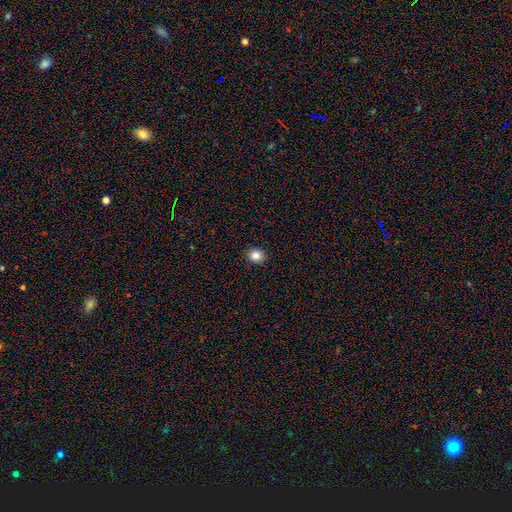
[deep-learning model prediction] smooth-or-featured: smooth: 84% | star or artifact: 11% | featured or disk: 5%
  how-rounded: round: 78% | in between: 21% | cigar-shaped: 1%
  merging: none: 92% | minor disturbance: 5% | major disturbance: 1% | merger: 1%